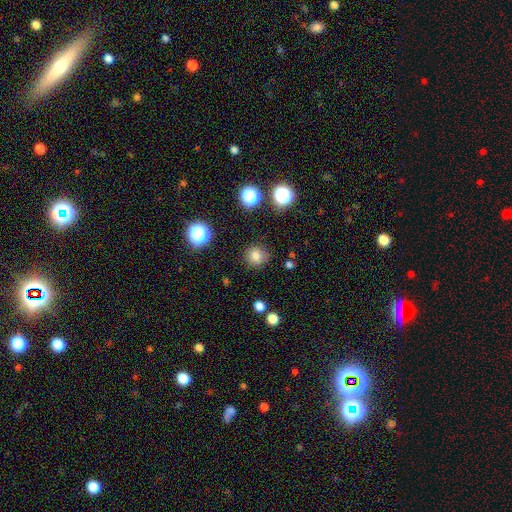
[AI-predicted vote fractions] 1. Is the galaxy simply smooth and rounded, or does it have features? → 79% smooth, 15% star or artifact, 6% featured or disk.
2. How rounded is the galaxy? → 89% round, 10% in between, 1% cigar-shaped.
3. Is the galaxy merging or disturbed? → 87% none, 9% minor disturbance, 3% major disturbance, 2% merger.